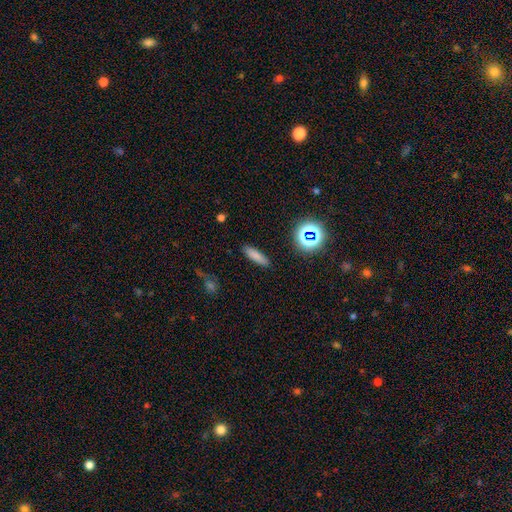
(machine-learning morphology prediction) Overall: smooth (78%). How rounded: cigar-shaped (65%; in between 31%). Merging: none (88%).